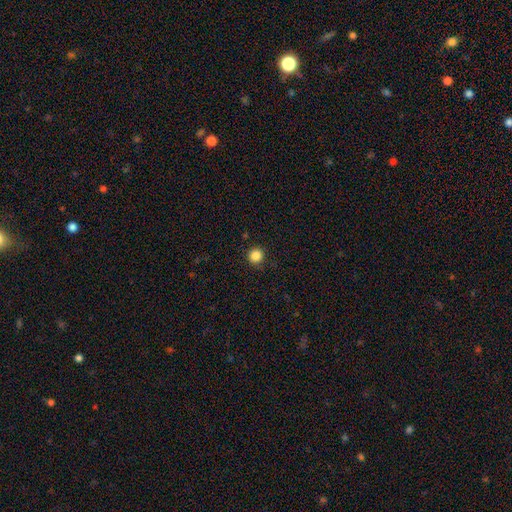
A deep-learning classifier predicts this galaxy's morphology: smooth-or-featured: smooth: 86% | star or artifact: 11% | featured or disk: 3%
  how-rounded: round: 95% | in between: 4% | cigar-shaped: 1%
  merging: none: 92% | minor disturbance: 5% | major disturbance: 2% | merger: 1%